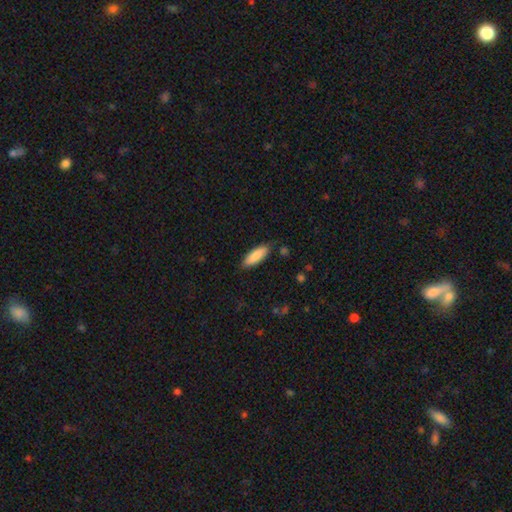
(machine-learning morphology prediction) type=smooth (86%); roundness=in between (61%); merging=none (82%).